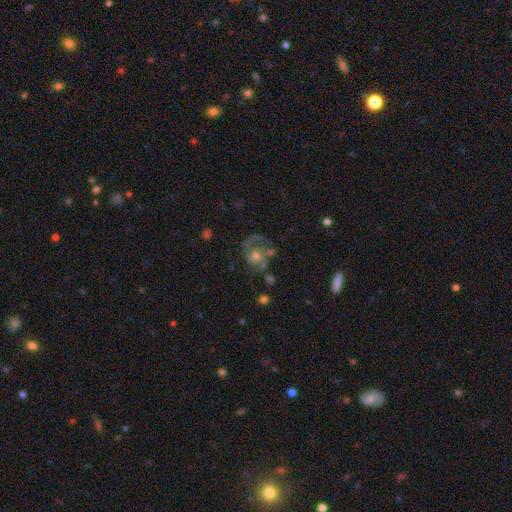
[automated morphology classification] Overall: featured or disk (65%). Edge-on disk: no (97%). Bar: no (78%). Spiral arms: yes (70%). Bulge size: moderate (50%; large 21%). Merging: none (46%; major disturbance 27%).